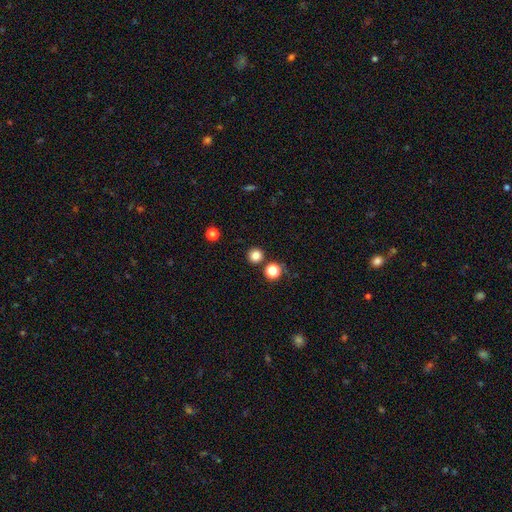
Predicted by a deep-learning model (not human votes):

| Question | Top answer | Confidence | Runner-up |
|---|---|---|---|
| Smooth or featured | smooth | 82% | star or artifact (14%) |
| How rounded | round | 94% | in between (5%) |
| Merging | none | 87% | merger (6%) |